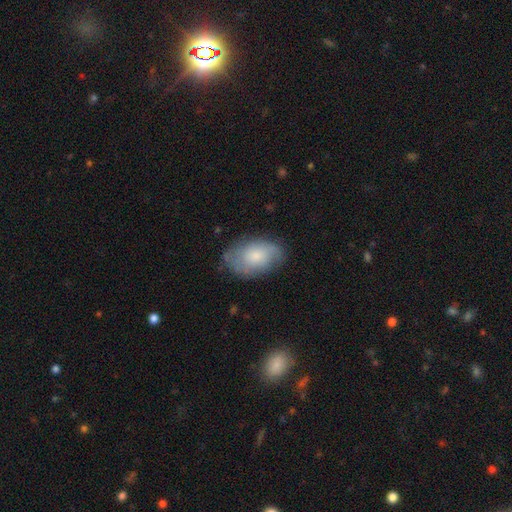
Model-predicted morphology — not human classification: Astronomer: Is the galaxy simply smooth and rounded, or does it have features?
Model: smooth — 65%.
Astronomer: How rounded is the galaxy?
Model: in between — 90%.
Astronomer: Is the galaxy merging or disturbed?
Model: none — 70%.